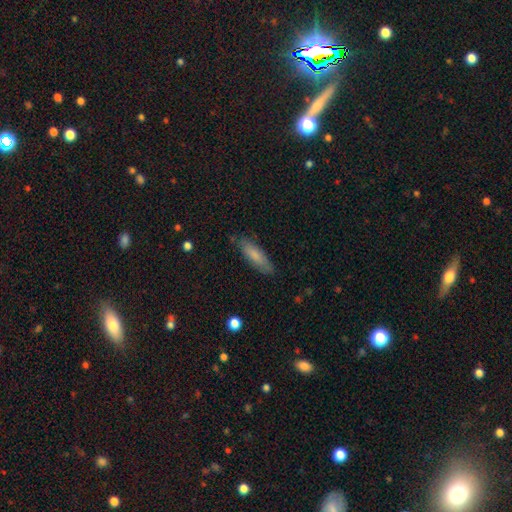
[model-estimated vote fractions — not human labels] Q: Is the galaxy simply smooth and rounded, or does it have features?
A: smooth — 78%.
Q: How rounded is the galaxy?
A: cigar-shaped — 52%.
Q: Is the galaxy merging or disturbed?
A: none — 79%.